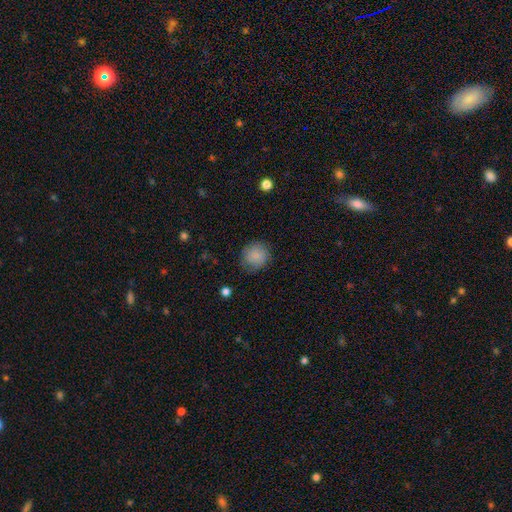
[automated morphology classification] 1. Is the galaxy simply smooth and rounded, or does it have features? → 85% smooth, 8% star or artifact, 7% featured or disk.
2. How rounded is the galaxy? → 89% round, 10% in between, 1% cigar-shaped.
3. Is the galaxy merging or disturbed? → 79% none, 15% minor disturbance, 4% major disturbance, 1% merger.